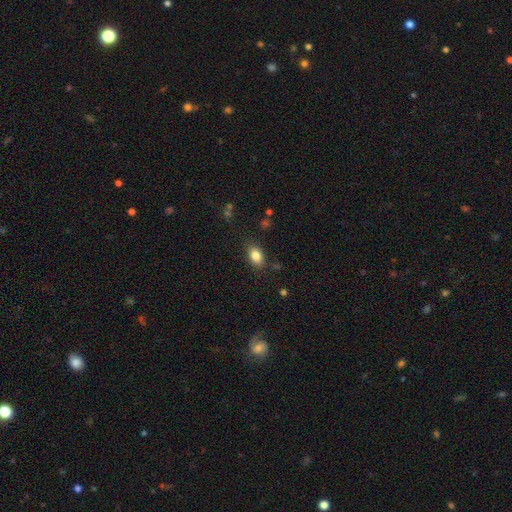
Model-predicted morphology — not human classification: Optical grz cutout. It shows a smooth galaxy with no disk features (83%) that is in between round and cigar-shaped (82%). Merging: none (83%).